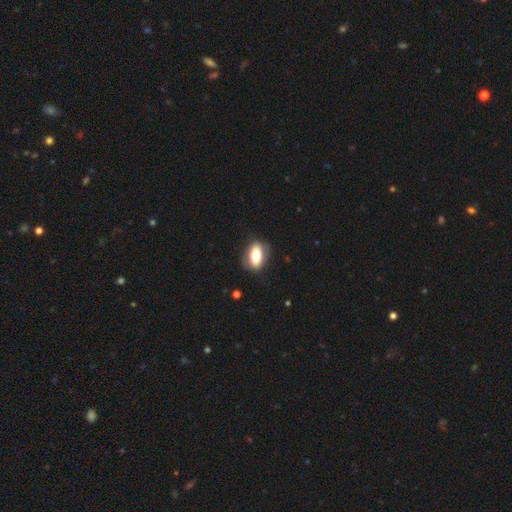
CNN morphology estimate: This is likely a smooth galaxy (73%). How rounded: clearly in between (85%). Merging: clearly none (80%).